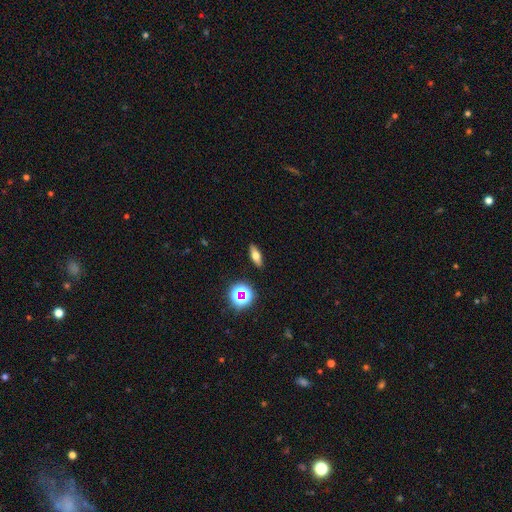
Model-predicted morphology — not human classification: Smooth or featured: smooth — 58% (featured or disk — 28%)
How rounded: in between — 65% (cigar-shaped — 27%)
Merging: none — 89% (minor disturbance — 7%)